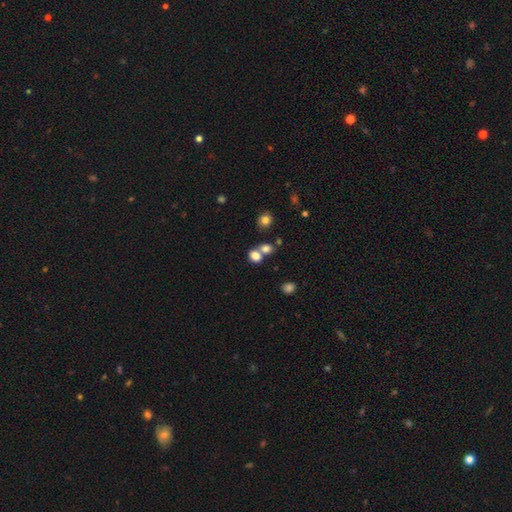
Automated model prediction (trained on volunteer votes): smooth 79%, star or artifact 13%, featured or disk 8%. Down the decision tree: how rounded — in between (53%); merging — none (43%, tied with merger).